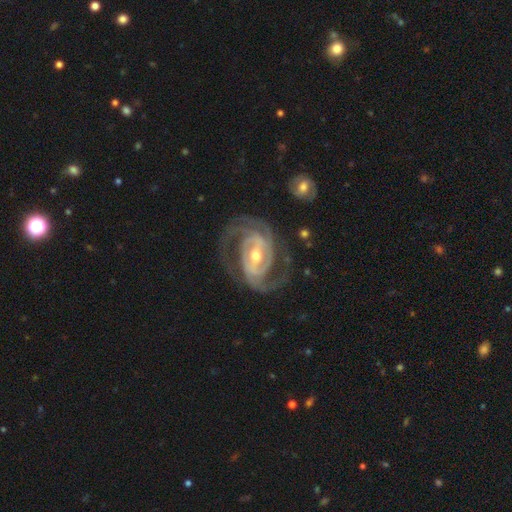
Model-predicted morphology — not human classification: Overall: featured or disk (93%). Edge-on disk: no (97%). Bar: strong (43%; weak 37%). Spiral arms: yes (98%). Spiral arm count: 2 (75%). Spiral winding: tight (48%; medium 43%). Bulge size: moderate (63%; small 31%). Merging: none (74%).